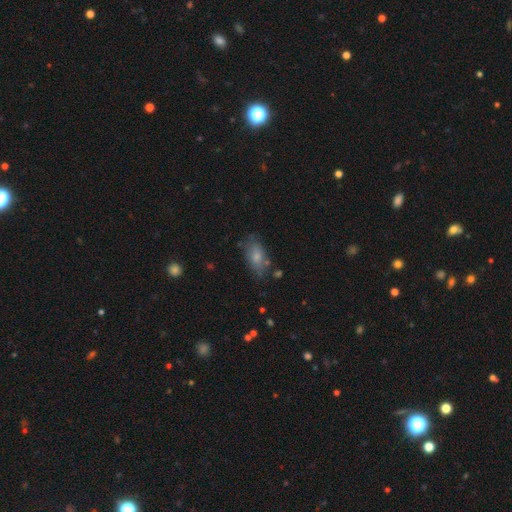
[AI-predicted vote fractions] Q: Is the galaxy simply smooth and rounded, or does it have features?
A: smooth — 57%.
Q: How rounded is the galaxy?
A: in between — 83%.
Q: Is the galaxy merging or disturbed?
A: none — 74%.